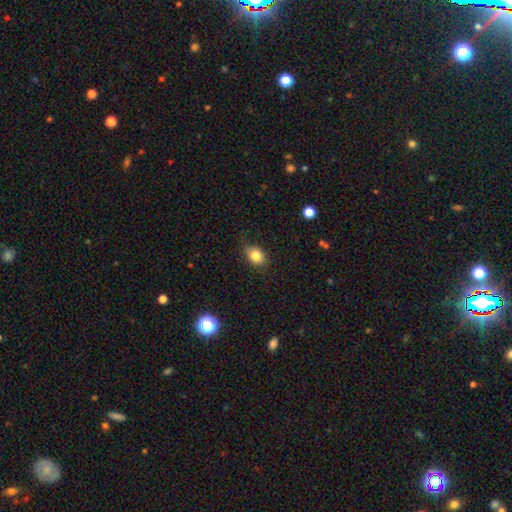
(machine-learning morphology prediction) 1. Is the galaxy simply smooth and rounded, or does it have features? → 82% smooth, 10% star or artifact, 8% featured or disk.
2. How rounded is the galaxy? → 64% in between, 35% round, 1% cigar-shaped.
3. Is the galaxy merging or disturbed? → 75% none, 20% minor disturbance, 4% major disturbance, 1% merger.